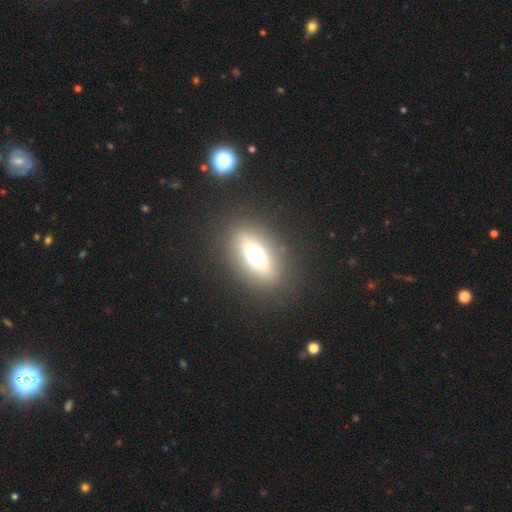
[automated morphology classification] Smooth or featured? Predicted: smooth (p=0.49). Merging? Predicted: none (p=0.85).